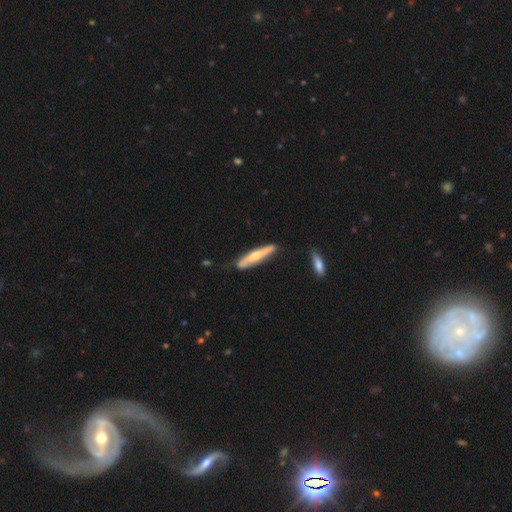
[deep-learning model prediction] The model was most divided on "smooth or featured": smooth: 50%, featured or disk: 45%, star or artifact: 5%. More confident: how rounded — cigar-shaped (89%); merging — none (77%).